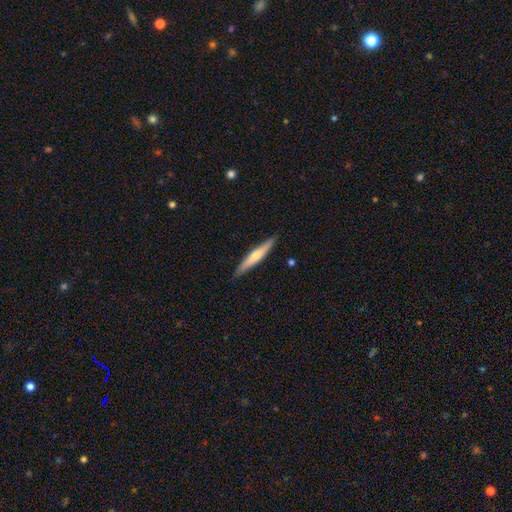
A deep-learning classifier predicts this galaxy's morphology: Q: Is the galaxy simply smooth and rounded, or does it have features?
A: smooth — 50%.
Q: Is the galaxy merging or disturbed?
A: none — 89%.